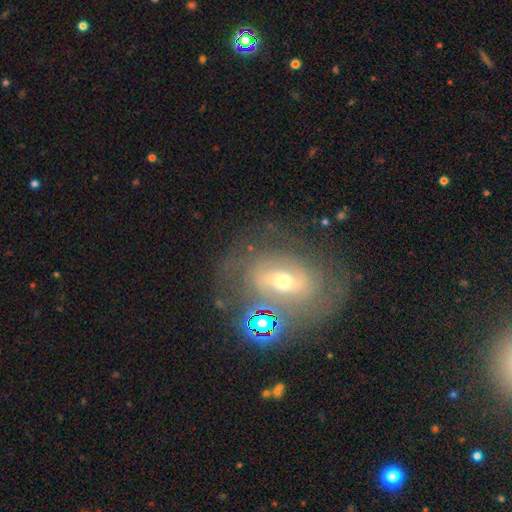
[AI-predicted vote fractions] Smooth or featured? featured or disk (67%)
Edge-on disk? no (92%)
Bar? weak (38%)
Spiral arms? yes (63%)
Bulge size? small (47%, tied with moderate)
Merging? none (65%)